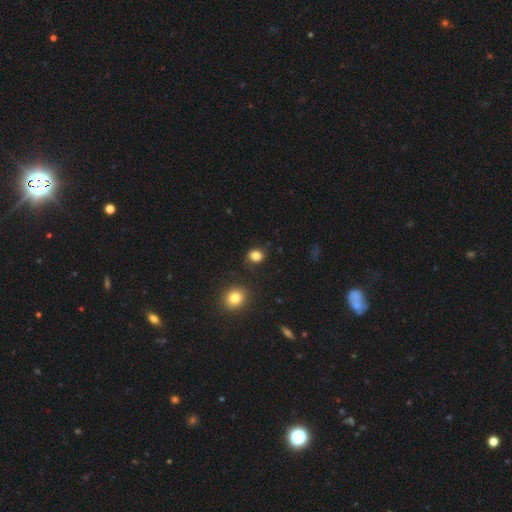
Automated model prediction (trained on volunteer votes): Smooth or featured: smooth — 84% (star or artifact — 12%)
How rounded: round — 56% (in between — 42%)
Merging: none — 80% (minor disturbance — 14%)